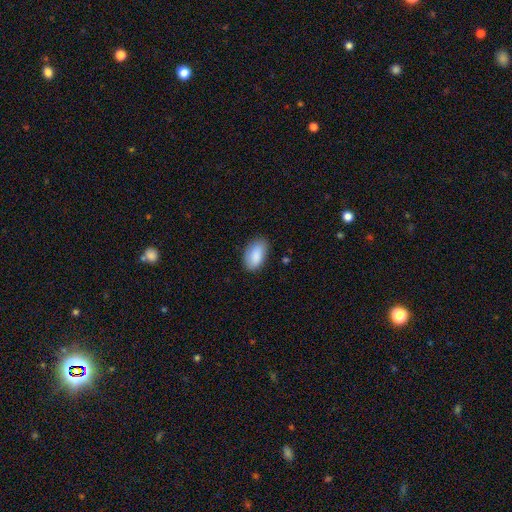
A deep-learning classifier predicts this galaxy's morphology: smooth 88%, star or artifact 6%, featured or disk 6%. Down the decision tree: how rounded — in between (94%); merging — none (78%).